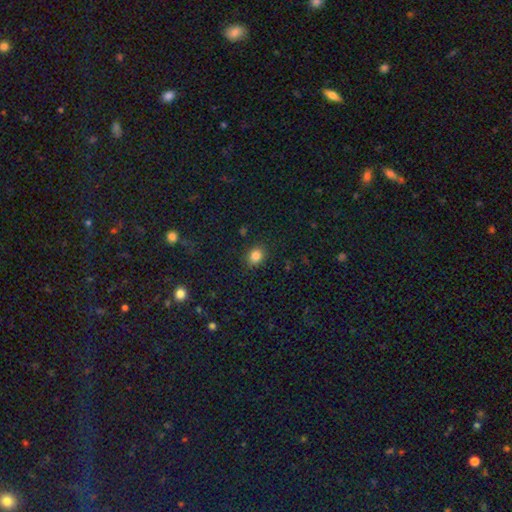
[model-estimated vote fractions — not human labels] Smooth or featured? smooth (83%)
How rounded? round (64%)
Merging? none (87%)